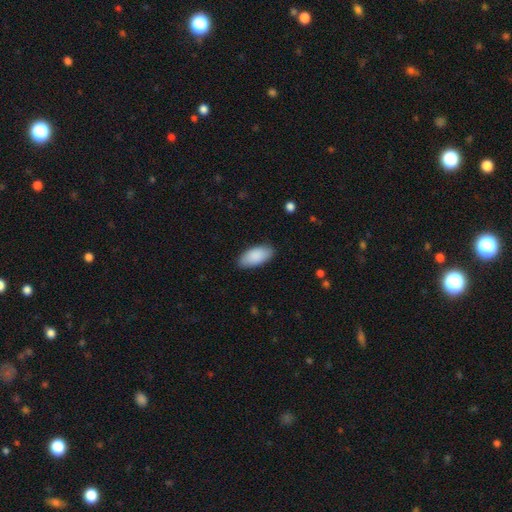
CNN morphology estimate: A smooth galaxy with no disk features (89%) that is in between round and cigar-shaped (93%). Merging: none (86%).